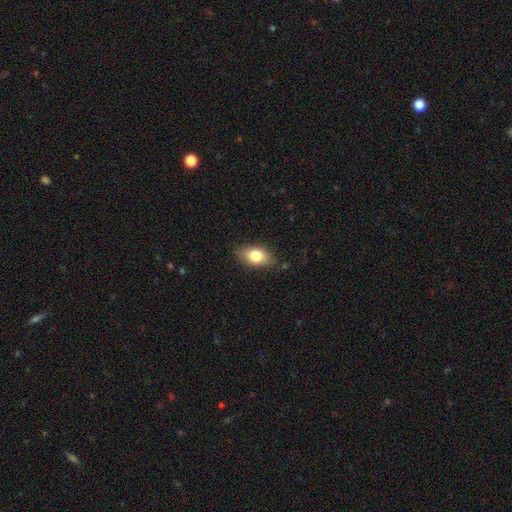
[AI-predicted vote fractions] Smooth or featured? smooth (79%)
How rounded? in between (86%)
Merging? none (81%)